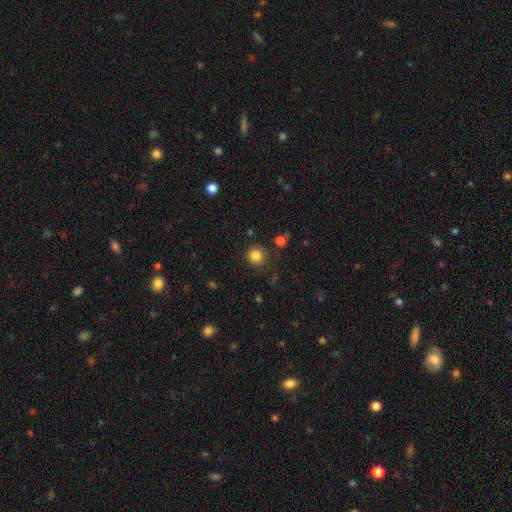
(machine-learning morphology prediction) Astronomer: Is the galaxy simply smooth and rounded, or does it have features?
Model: smooth — 84%.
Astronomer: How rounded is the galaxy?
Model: round — 92%.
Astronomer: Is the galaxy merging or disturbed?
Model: none — 88%.